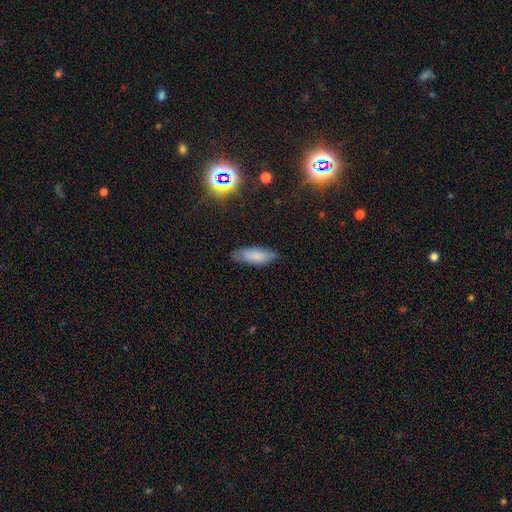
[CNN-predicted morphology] Q: Smooth or featured?
A: smooth (79%); runner-up: featured or disk (13%)
Q: How rounded?
A: in between (70%); runner-up: cigar-shaped (28%)
Q: Merging?
A: none (74%); runner-up: minor disturbance (21%)